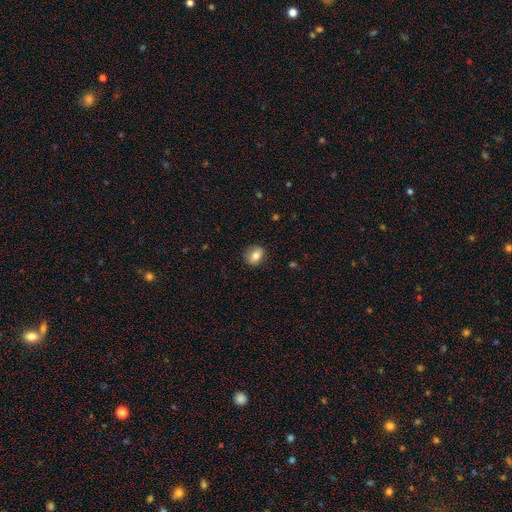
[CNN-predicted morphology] This is likely a smooth galaxy (79%). How rounded: possibly in between (50%). Merging: clearly none (83%).